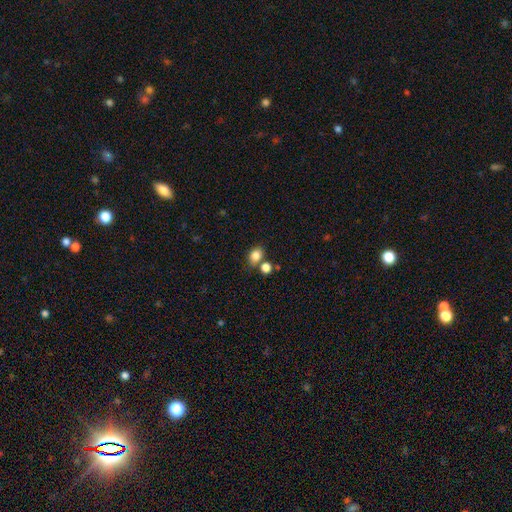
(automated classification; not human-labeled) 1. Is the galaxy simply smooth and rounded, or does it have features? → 84% smooth, 11% star or artifact, 6% featured or disk.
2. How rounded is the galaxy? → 61% in between, 38% round, 1% cigar-shaped.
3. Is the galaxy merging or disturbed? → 62% none, 22% merger, 12% minor disturbance, 4% major disturbance.